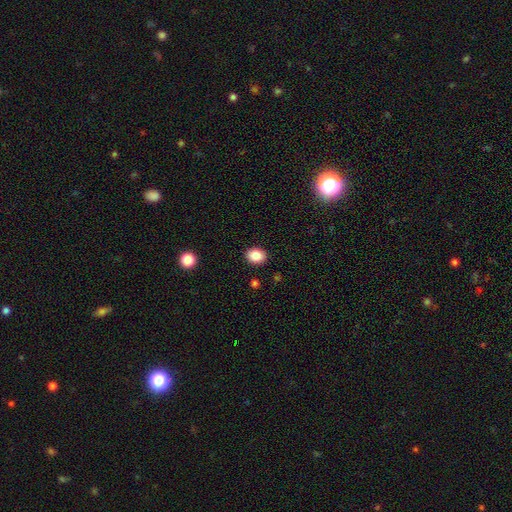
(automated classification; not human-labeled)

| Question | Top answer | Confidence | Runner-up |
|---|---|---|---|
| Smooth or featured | smooth | 86% | star or artifact (9%) |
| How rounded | in between | 56% | round (44%) |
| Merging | none | 90% | minor disturbance (7%) |